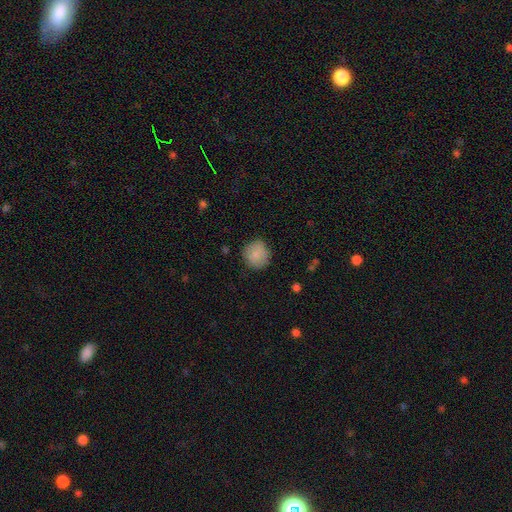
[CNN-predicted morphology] A smooth galaxy with no disk features (84%) that is round (90%).

Vote fractions:
- Smooth or featured? smooth: 84% / featured or disk: 9% / star or artifact: 8%
- How rounded? round: 90% / in between: 9% / cigar-shaped: 1%
- Merging? none: 81% / minor disturbance: 14% / major disturbance: 3% / merger: 1%